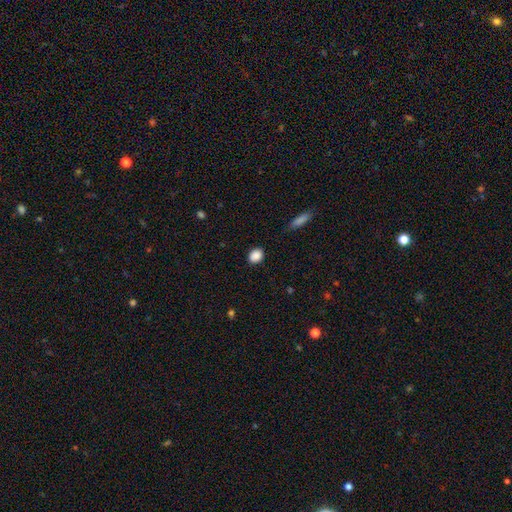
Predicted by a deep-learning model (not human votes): Smooth or featured: smooth — 89% (star or artifact — 8%)
How rounded: in between — 54% (round — 45%)
Merging: none — 88% (minor disturbance — 9%)